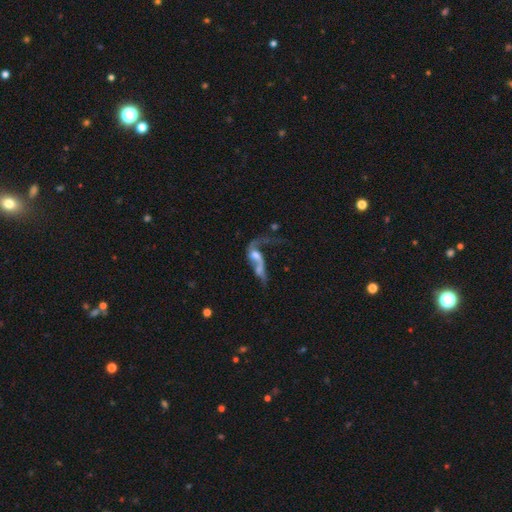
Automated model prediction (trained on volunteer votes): This appears to be a featured or disk galaxy (66%) with no bar (65%), spiral arms (67%) and a moderate central bulge (42%). Merging: merger (40%).